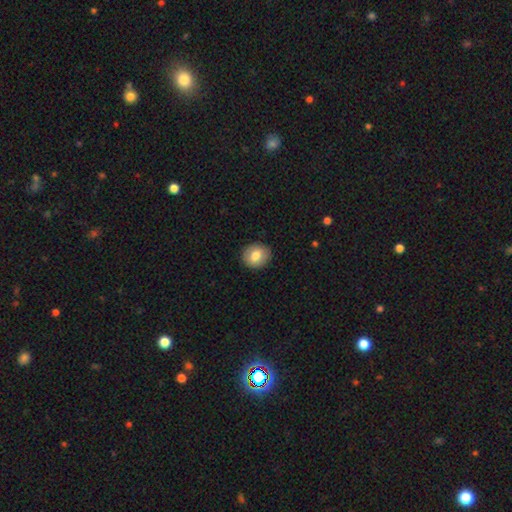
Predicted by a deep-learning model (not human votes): Smooth or featured? smooth (78%)
How rounded? round (78%)
Merging? none (90%)